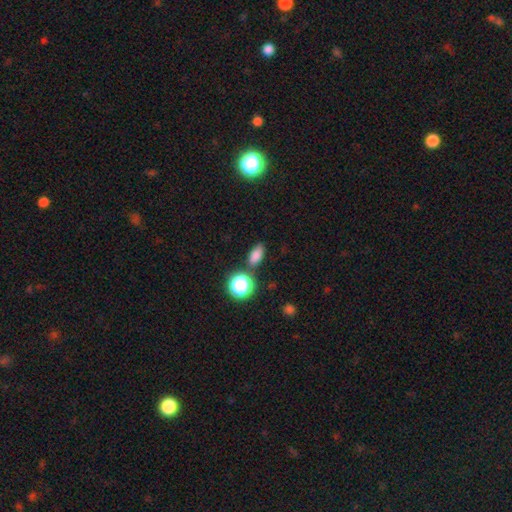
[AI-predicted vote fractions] A smooth galaxy with no disk features (79%) that is in between round and cigar-shaped (79%). Merging: none (79%).